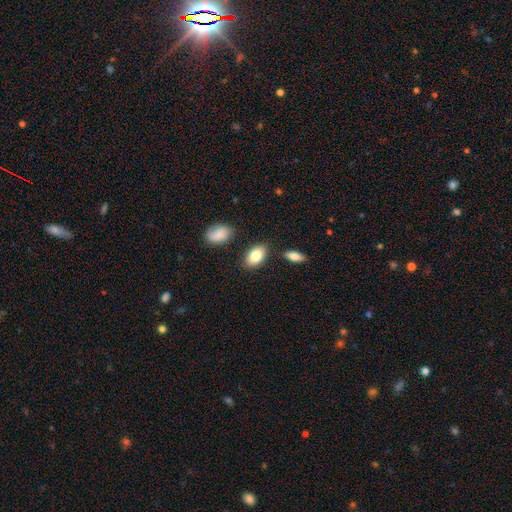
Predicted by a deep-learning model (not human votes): A smooth galaxy with no disk features (82%) that is in between round and cigar-shaped (92%).

Vote fractions:
- Smooth or featured? smooth: 82% / featured or disk: 11% / star or artifact: 7%
- How rounded? in between: 92% / round: 7% / cigar-shaped: 2%
- Merging? none: 83% / minor disturbance: 10% / merger: 4% / major disturbance: 3%